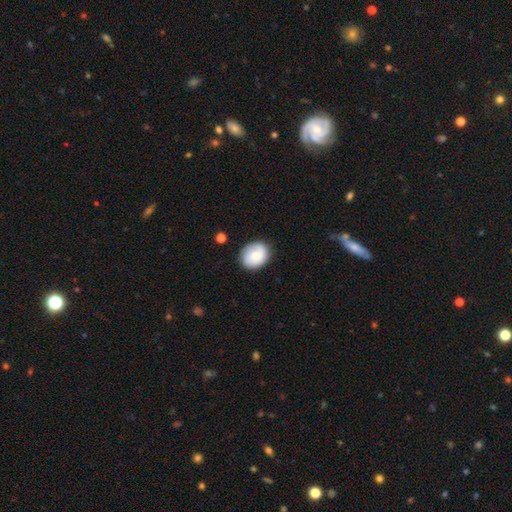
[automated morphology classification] smooth-or-featured: smooth: 73% | featured or disk: 20% | star or artifact: 7%
  how-rounded: round: 55% | in between: 45% | cigar-shaped: 1%
  merging: none: 79% | minor disturbance: 16% | major disturbance: 4% | merger: 2%